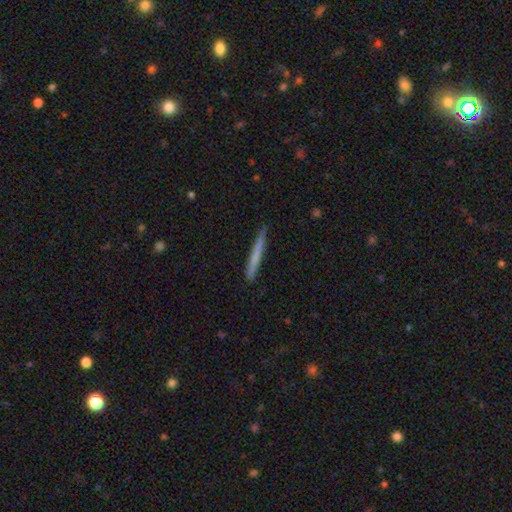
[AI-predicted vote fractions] smooth 62%, featured or disk 32%, star or artifact 6%. Down the decision tree: how rounded — cigar-shaped (97%); merging — none (90%).